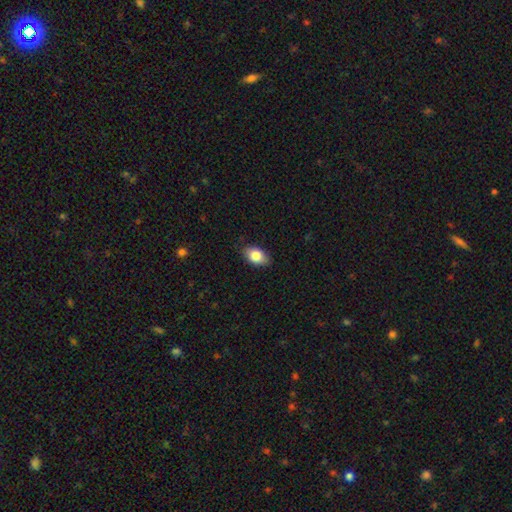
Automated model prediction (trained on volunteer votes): Smooth or featured? Predicted: smooth (p=0.83). How rounded? Predicted: in between (p=0.89). Merging? Predicted: none (p=0.86).